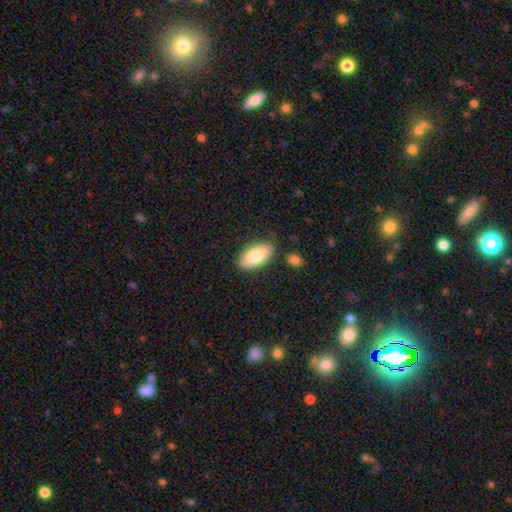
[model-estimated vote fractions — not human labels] A smooth galaxy with no disk features (79%) that is in between round and cigar-shaped (90%). Merging: none (82%).